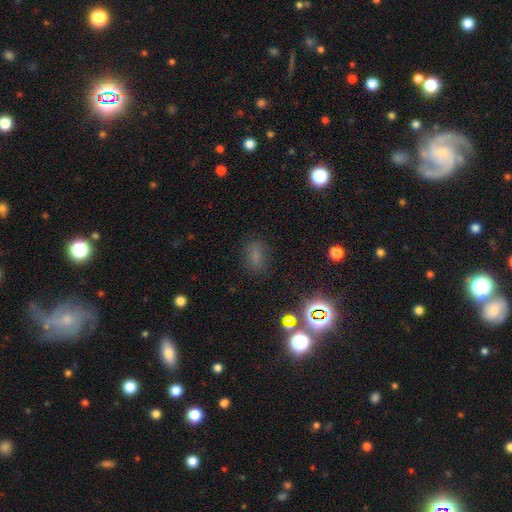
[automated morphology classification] Smooth or featured? smooth (66%)
How rounded? in between (77%)
Merging? none (78%)